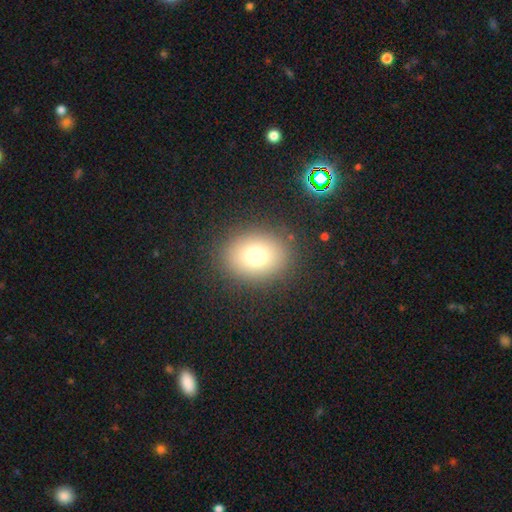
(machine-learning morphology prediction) smooth_or_featured: smooth (p=0.75) [alt: star or artifact p=0.14]
how_rounded: round (p=0.53) [alt: in between p=0.46]
merging: none (p=0.87) [alt: minor disturbance p=0.08]